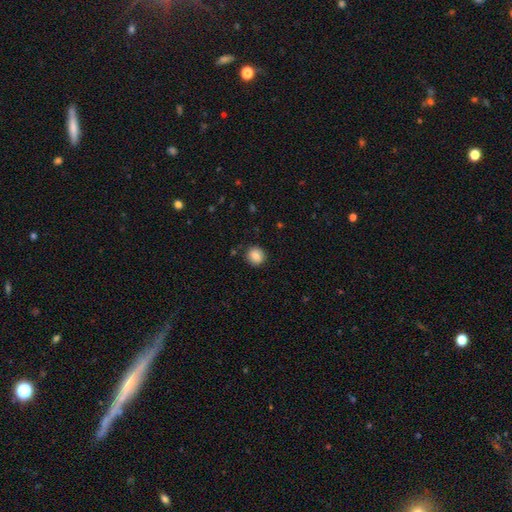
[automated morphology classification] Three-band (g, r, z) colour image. It shows a smooth galaxy with no disk features (85%) that is round (90%). Merging: none (89%).